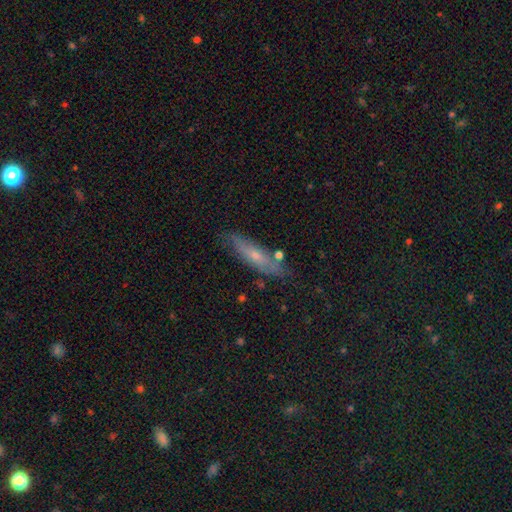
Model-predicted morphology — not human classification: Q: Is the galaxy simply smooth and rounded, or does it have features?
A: featured or disk — 46%.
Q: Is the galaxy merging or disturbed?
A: none — 77%.